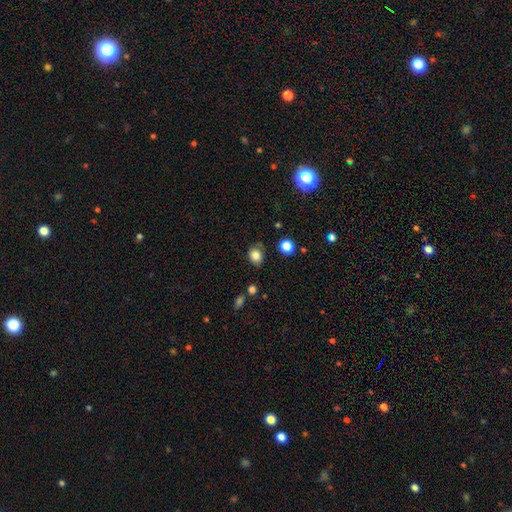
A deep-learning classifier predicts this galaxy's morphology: This appears to be a smooth galaxy with no disk features (83%) that is round (57%). Merging: none (74%).